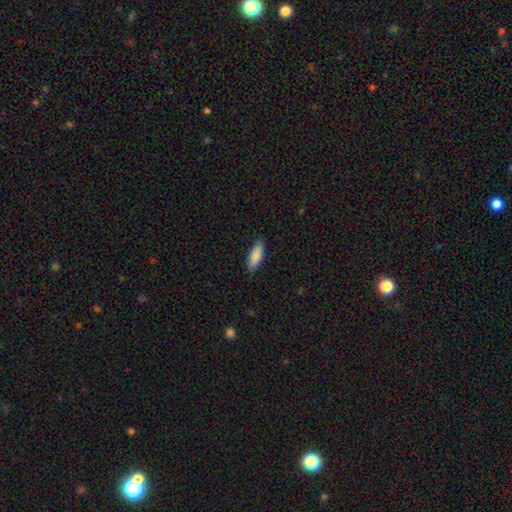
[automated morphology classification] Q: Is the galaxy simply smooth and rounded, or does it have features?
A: smooth — 88%.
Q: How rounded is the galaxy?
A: in between — 68%.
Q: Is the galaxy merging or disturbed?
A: none — 87%.